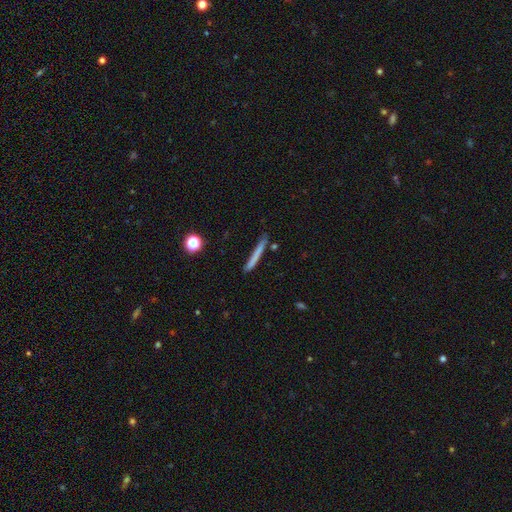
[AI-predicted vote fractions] Smooth or featured? Predicted: smooth (p=0.67). How rounded? Predicted: cigar-shaped (p=0.96). Merging? Predicted: none (p=0.81).